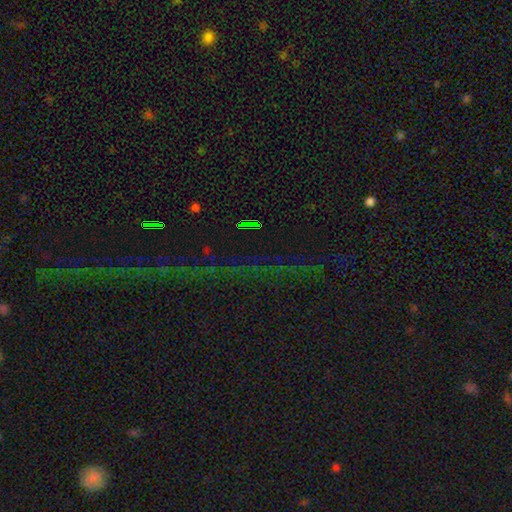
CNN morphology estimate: This is likely a star or artifact rather than a galaxy (78%).